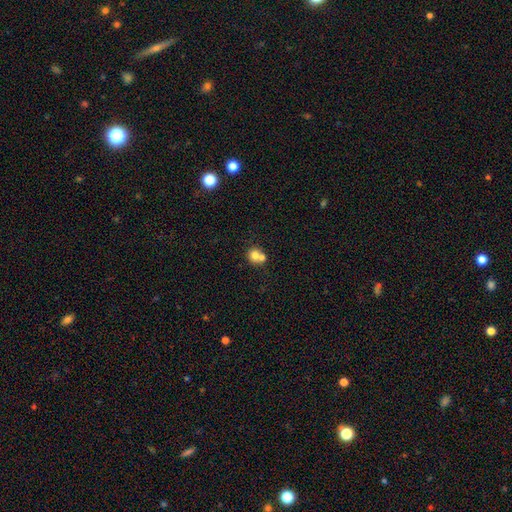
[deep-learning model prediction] Smooth or featured: smooth — 74% (featured or disk — 15%)
How rounded: round — 81% (in between — 18%)
Merging: merger — 53% (none — 37%)